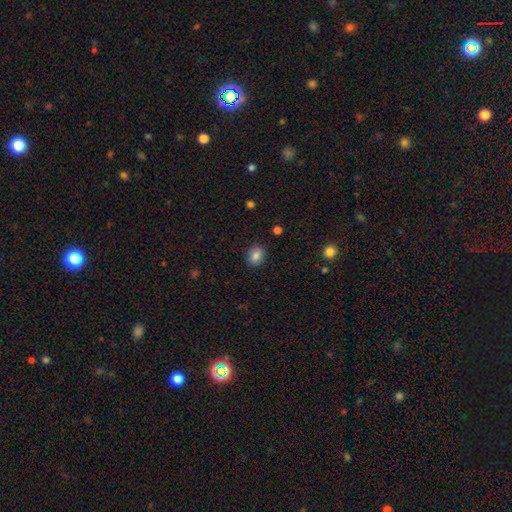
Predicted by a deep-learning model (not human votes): This appears to be a smooth galaxy with no disk features (83%) that is in between round and cigar-shaped (52%). Merging: none (87%).